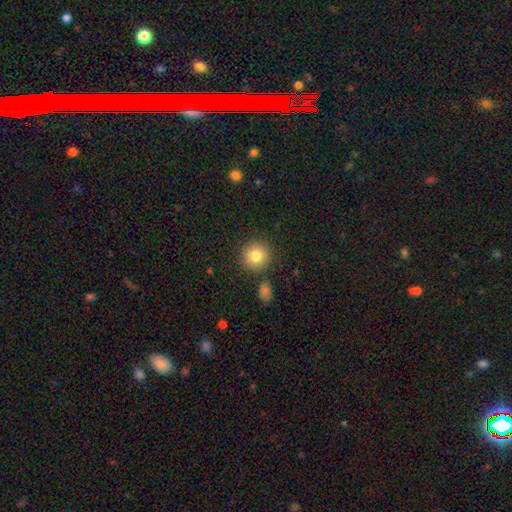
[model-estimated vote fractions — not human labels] Q: Smooth or featured?
A: smooth (82%); runner-up: star or artifact (9%)
Q: How rounded?
A: round (92%); runner-up: in between (7%)
Q: Merging?
A: none (86%); runner-up: minor disturbance (7%)